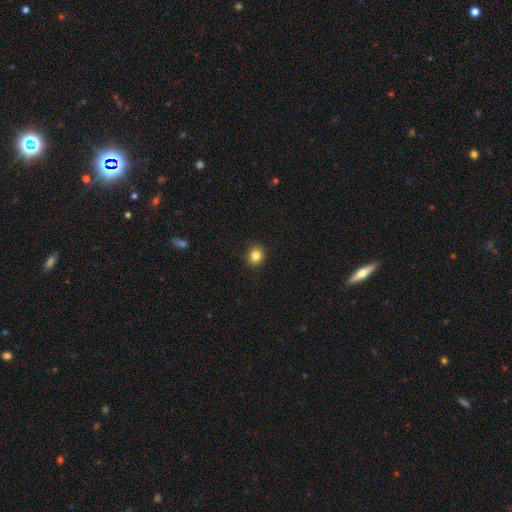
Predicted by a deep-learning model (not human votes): Smooth or featured: smooth — 84% (star or artifact — 11%)
How rounded: round — 72% (in between — 27%)
Merging: none — 90% (minor disturbance — 7%)